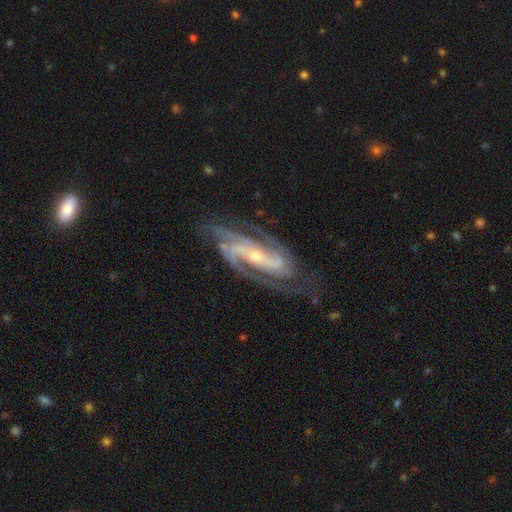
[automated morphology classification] A featured or disk galaxy (93%) with a strong bar (39%), 2 (41%) medium (47%) spiral arms (98%) and a small central bulge (66%).

Vote fractions:
- Smooth or featured? featured or disk: 93% / star or artifact: 4% / smooth: 3%
- Edge-on disk? no: 95% / yes: 5%
- Bar? strong: 39% / weak: 30% / no: 30%
- Spiral arms? yes: 98% / no: 2%
- Spiral winding? medium: 47% / tight: 43% / loose: 10%
- Spiral arm count? 2: 41% / 3: 31% / 4: 10% / can't tell: 8% / more than 4: 4% / 1: 4%
- Bulge size? small: 66% / moderate: 30% / large: 1% / none: 1% / dominant: 1%
- Merging? none: 70% / minor disturbance: 18% / major disturbance: 10% / merger: 2%